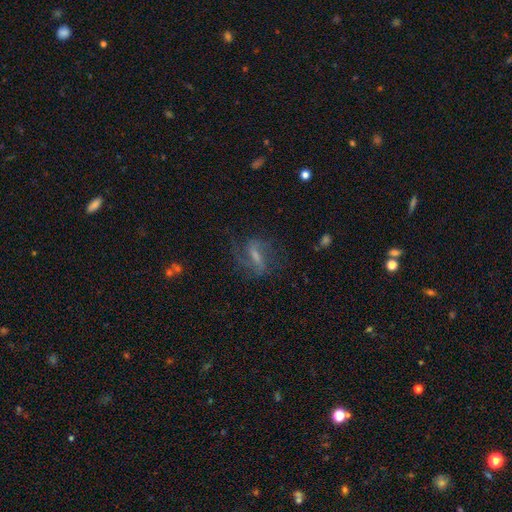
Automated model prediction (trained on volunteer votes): This is likely a featured or disk galaxy (72%). It is clearly not viewed edge-on (92%). Bar: marginally strong (44%). Spiral arm pattern: clearly yes (90%). Spiral arm count: likely 2 (71%). Spiral winding: possibly medium (45%). Central bulge: marginally small (40%). Merging: likely none (62%).